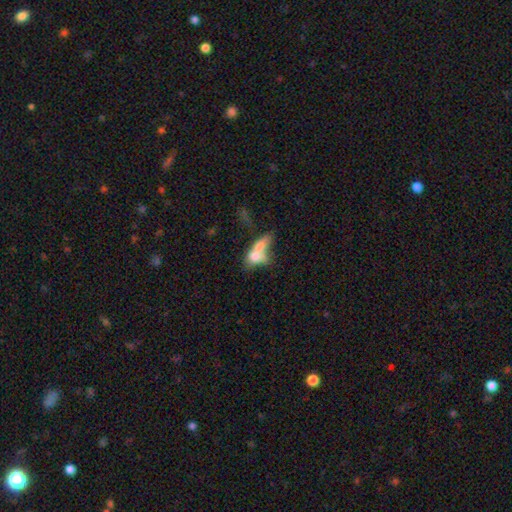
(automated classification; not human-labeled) smooth-or-featured: smooth: 64% | featured or disk: 27% | star or artifact: 9%
  how-rounded: in between: 72% | round: 17% | cigar-shaped: 12%
  merging: merger: 70% | none: 14% | major disturbance: 9% | minor disturbance: 7%